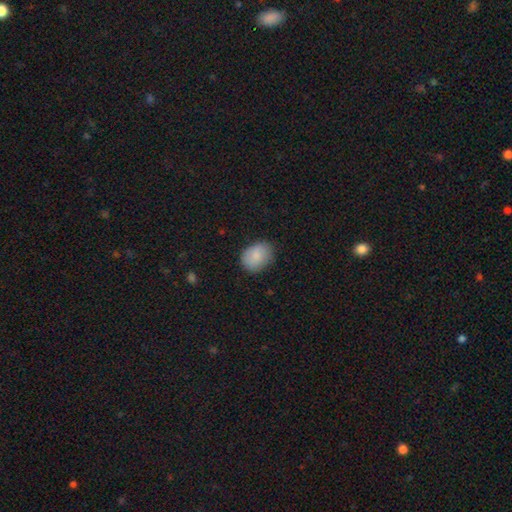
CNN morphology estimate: Smooth or featured? Predicted: smooth (p=0.87). How rounded? Predicted: in between (p=0.66). Merging? Predicted: none (p=0.79).